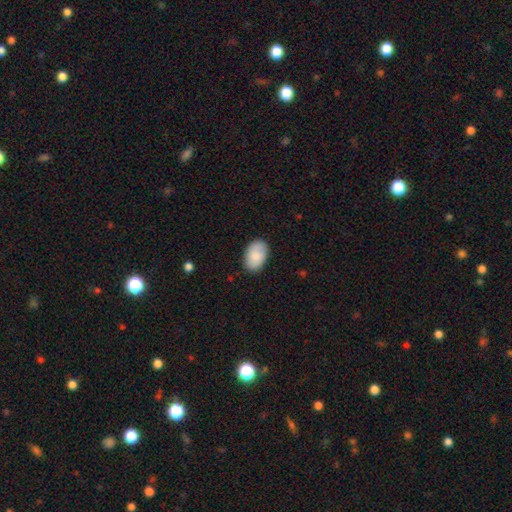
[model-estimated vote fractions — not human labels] Smooth or featured?
  - smooth: 86% *
  - featured or disk: 8%
  - star or artifact: 6%
How rounded?
  - in between: 91% *
  - round: 7%
  - cigar-shaped: 1%
Merging?
  - none: 84% *
  - minor disturbance: 12%
  - major disturbance: 2%
  - merger: 1%